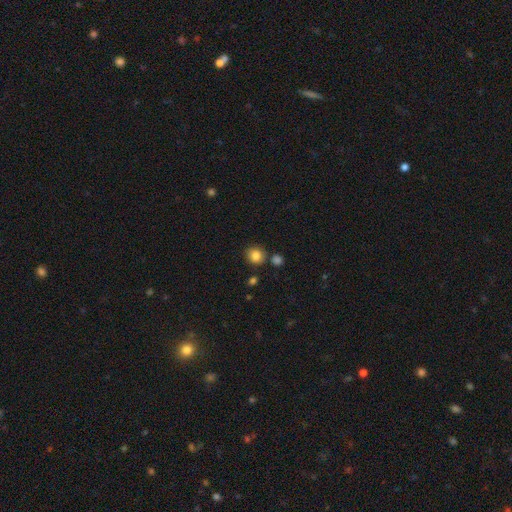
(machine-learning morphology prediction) smooth-or-featured: smooth: 84% | star or artifact: 10% | featured or disk: 6%
  how-rounded: round: 84% | in between: 15% | cigar-shaped: 1%
  merging: none: 79% | minor disturbance: 10% | merger: 8% | major disturbance: 3%